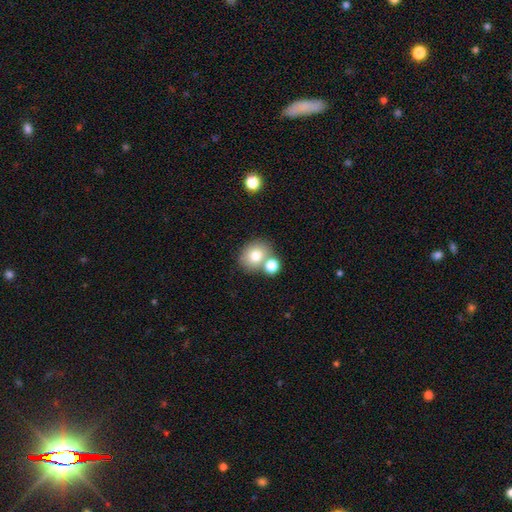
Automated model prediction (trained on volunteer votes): Smooth or featured? Predicted: smooth (p=0.76). How rounded? Predicted: round (p=0.71). Merging? Predicted: none (p=0.55).